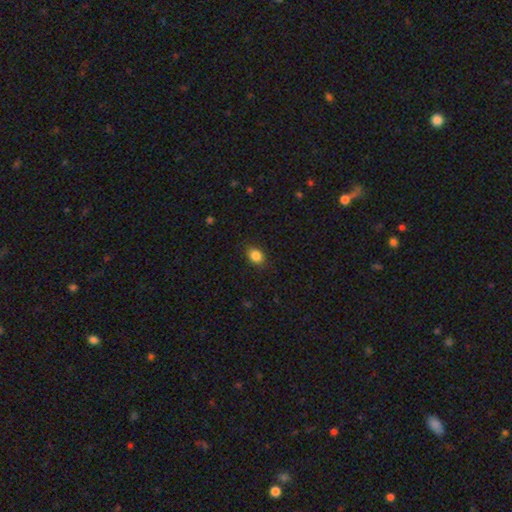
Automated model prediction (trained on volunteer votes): Smooth or featured: smooth — 86% (star or artifact — 10%)
How rounded: in between — 56% (round — 43%)
Merging: none — 87% (minor disturbance — 10%)